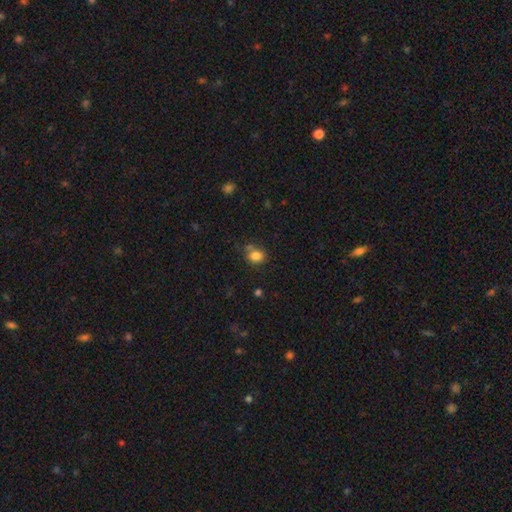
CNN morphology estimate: Smooth or featured? Predicted: smooth (p=0.82). How rounded? Predicted: round (p=0.60). Merging? Predicted: none (p=0.63).